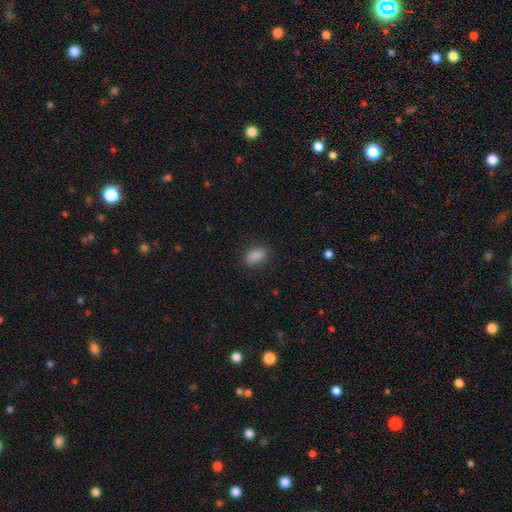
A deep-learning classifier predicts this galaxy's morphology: smooth_or_featured: smooth (p=0.87) [alt: star or artifact p=0.09]
how_rounded: in between (p=0.88) [alt: round p=0.08]
merging: none (p=0.85) [alt: minor disturbance p=0.11]